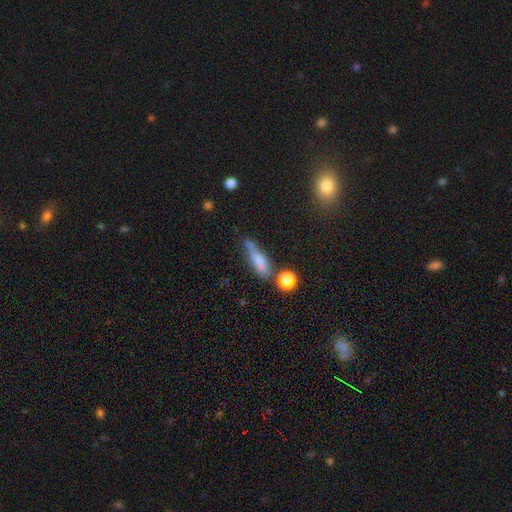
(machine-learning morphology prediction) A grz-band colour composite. It shows a smooth galaxy with no disk features (42%). Merging: none (65%).